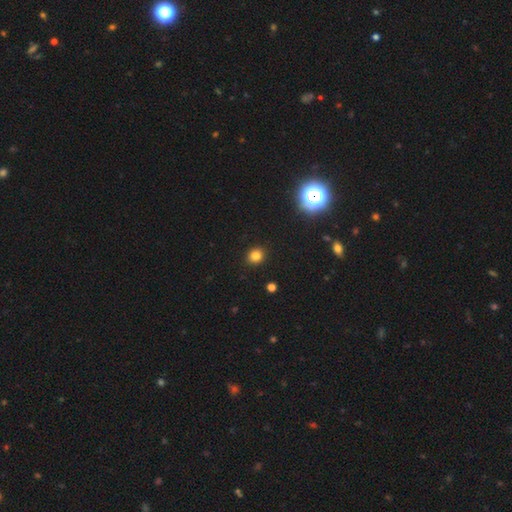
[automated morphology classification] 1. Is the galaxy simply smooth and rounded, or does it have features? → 81% smooth, 14% star or artifact, 5% featured or disk.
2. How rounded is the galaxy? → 82% round, 17% in between, 1% cigar-shaped.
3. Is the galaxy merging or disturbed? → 92% none, 6% minor disturbance, 2% major disturbance, 1% merger.